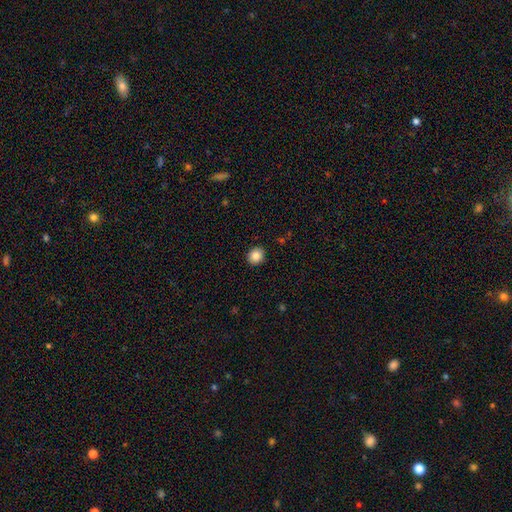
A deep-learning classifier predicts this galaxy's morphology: smooth 85%, star or artifact 9%, featured or disk 6%. Down the decision tree: how rounded — round (77%); merging — none (92%).